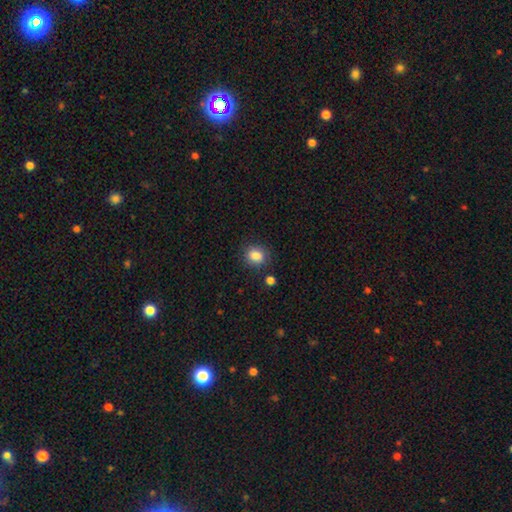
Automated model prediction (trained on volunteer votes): smooth_or_featured: smooth (p=0.85) [alt: star or artifact p=0.10]
how_rounded: round (p=0.65) [alt: in between p=0.34]
merging: none (p=0.81) [alt: minor disturbance p=0.12]